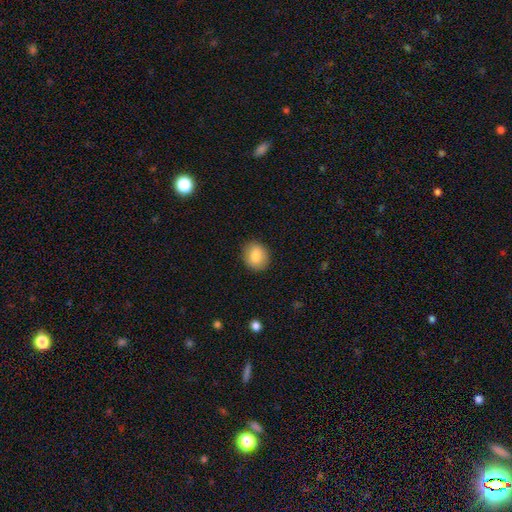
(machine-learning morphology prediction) smooth 84%, featured or disk 8%, star or artifact 8%. Down the decision tree: how rounded — round (66%); merging — none (88%).